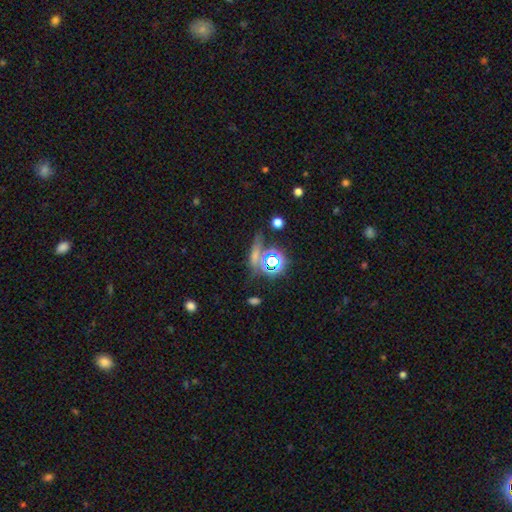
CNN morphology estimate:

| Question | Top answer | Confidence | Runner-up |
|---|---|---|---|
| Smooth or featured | star or artifact | 58% | smooth (27%) |